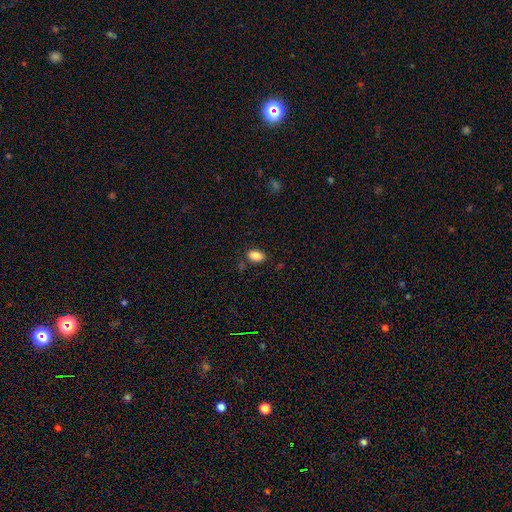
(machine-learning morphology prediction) Smooth or featured?
  - smooth: 87% *
  - star or artifact: 9%
  - featured or disk: 4%
How rounded?
  - in between: 91% *
  - round: 7%
  - cigar-shaped: 2%
Merging?
  - none: 83% *
  - minor disturbance: 11%
  - merger: 3%
  - major disturbance: 3%